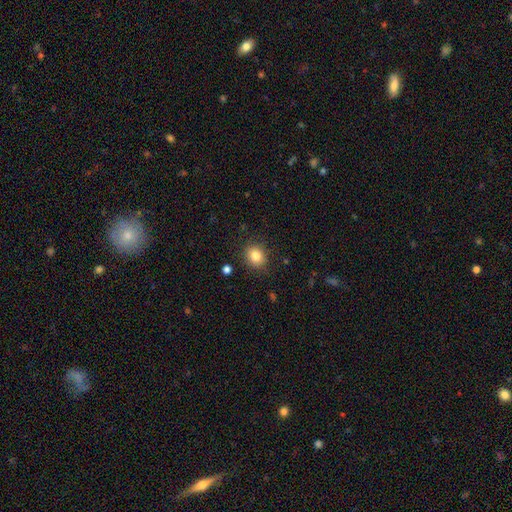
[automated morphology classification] A smooth galaxy with no disk features (83%) that is round (72%).

Vote fractions:
- Smooth or featured? smooth: 83% / star or artifact: 10% / featured or disk: 7%
- How rounded? round: 72% / in between: 27% / cigar-shaped: 1%
- Merging? none: 87% / minor disturbance: 9% / major disturbance: 3% / merger: 1%